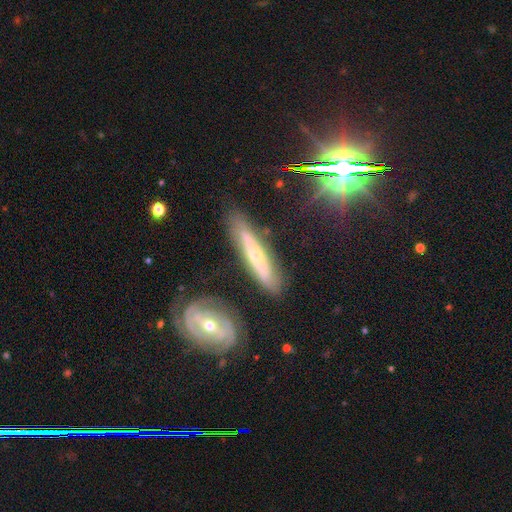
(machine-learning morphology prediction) Q: Smooth or featured?
A: featured or disk (60%); runner-up: smooth (31%)
Q: Edge-on disk?
A: yes (67%); runner-up: no (33%)
Q: Merging?
A: none (79%); runner-up: minor disturbance (14%)